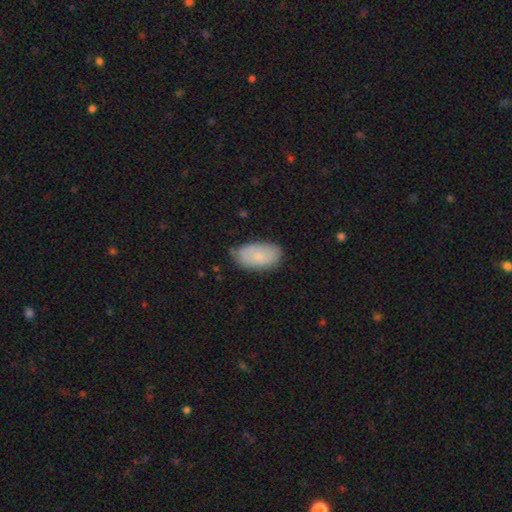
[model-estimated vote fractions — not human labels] A smooth galaxy with no disk features (79%) that is in between round and cigar-shaped (94%). Merging: none (65%).